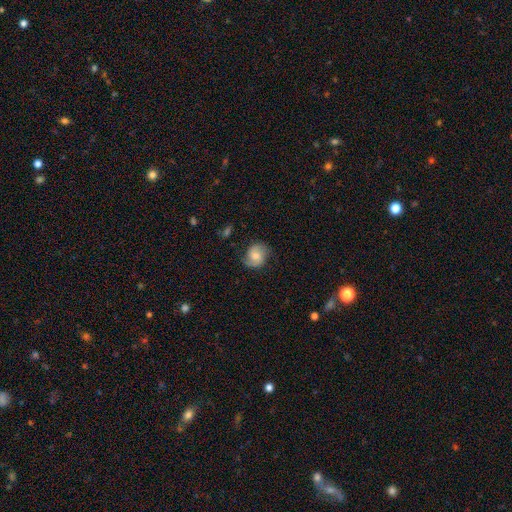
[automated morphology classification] Smooth or featured? featured or disk (51%)
Edge-on disk? no (97%)
Merging? none (70%)